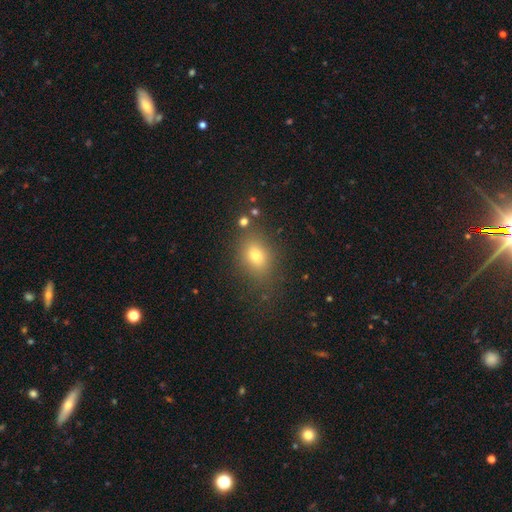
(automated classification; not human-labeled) This appears to be a smooth galaxy with no disk features (73%) that is in between round and cigar-shaped (67%). Merging: none (77%).